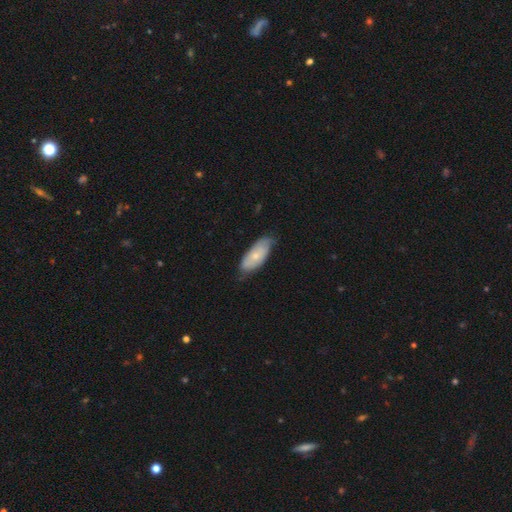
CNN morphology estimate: Smooth or featured: smooth — 58% (featured or disk — 37%)
How rounded: in between — 84% (cigar-shaped — 14%)
Merging: none — 65% (minor disturbance — 29%)